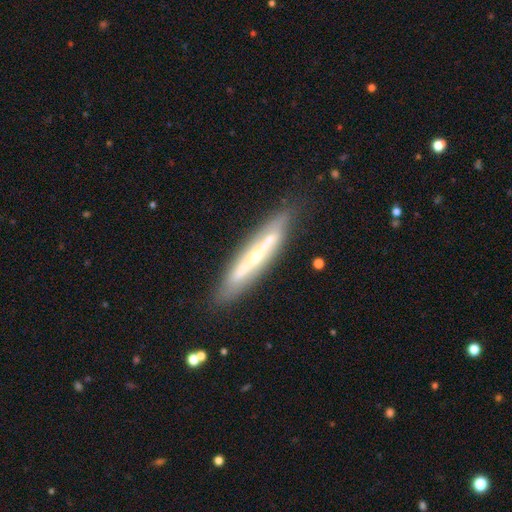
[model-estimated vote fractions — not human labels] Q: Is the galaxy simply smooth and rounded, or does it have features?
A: featured or disk — 73%.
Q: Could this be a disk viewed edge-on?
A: yes — 81%.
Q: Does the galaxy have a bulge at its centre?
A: rounded — 71%.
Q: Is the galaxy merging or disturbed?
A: none — 83%.